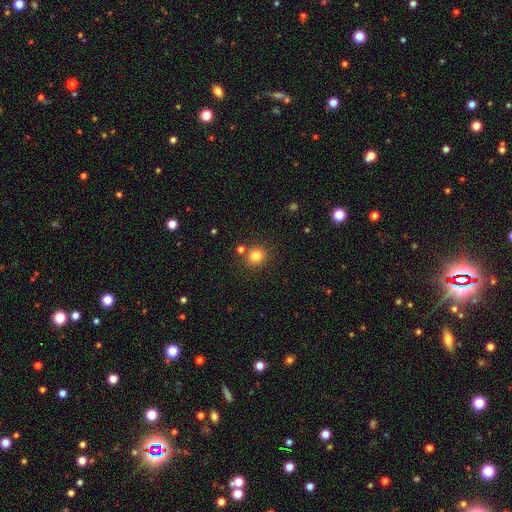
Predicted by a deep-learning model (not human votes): Overall: smooth (82%). How rounded: round (85%). Merging: none (80%).